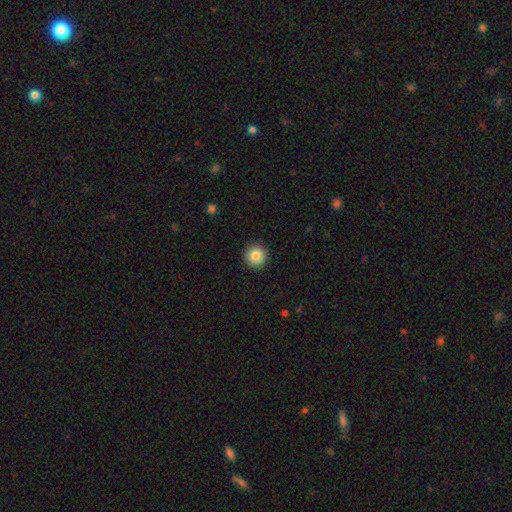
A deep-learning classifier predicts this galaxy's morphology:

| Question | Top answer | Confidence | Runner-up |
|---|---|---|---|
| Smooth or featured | smooth | 85% | star or artifact (9%) |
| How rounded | round | 96% | in between (3%) |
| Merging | none | 93% | minor disturbance (5%) |